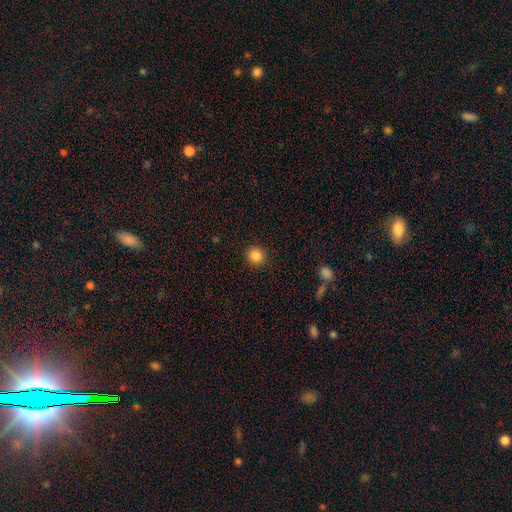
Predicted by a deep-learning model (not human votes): The model was most divided on "smooth or featured": smooth: 85%, star or artifact: 11%, featured or disk: 4%. More confident: merging — none (91%); how rounded — round (89%).